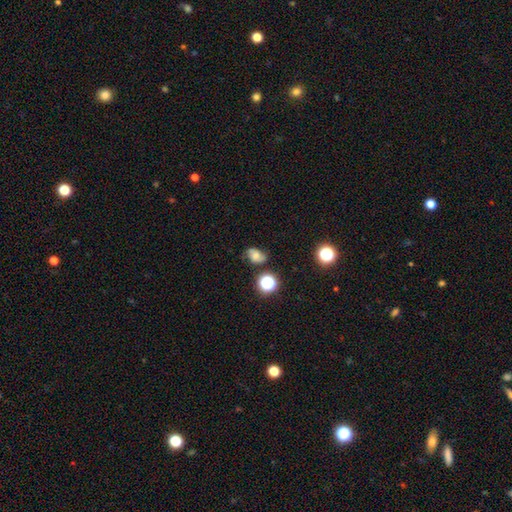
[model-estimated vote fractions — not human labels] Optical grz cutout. It shows a smooth galaxy with no disk features (53%) that is in between round and cigar-shaped (67%). Merging: none (62%).